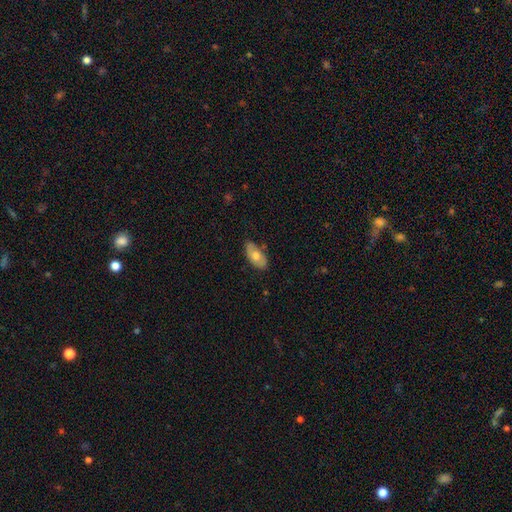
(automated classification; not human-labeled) Smooth or featured? Predicted: smooth (p=0.63). How rounded? Predicted: in between (p=0.92). Merging? Predicted: none (p=0.74).